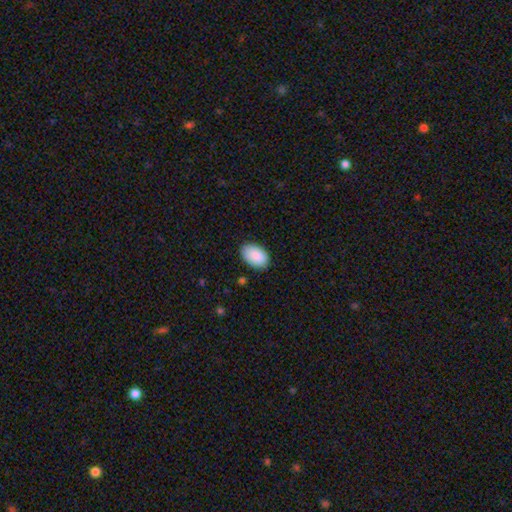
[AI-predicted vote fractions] smooth 90%, star or artifact 6%, featured or disk 4%. Down the decision tree: how rounded — in between (92%); merging — none (84%).